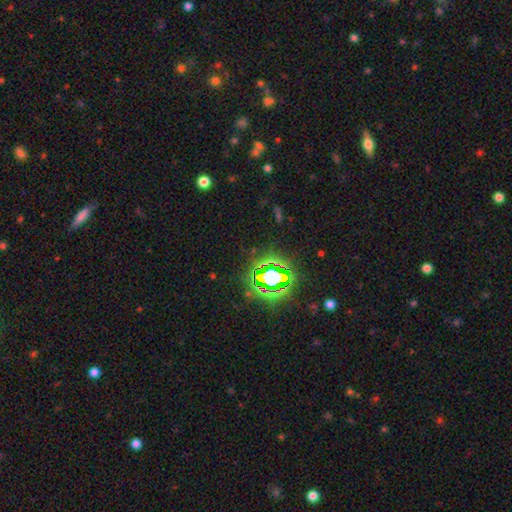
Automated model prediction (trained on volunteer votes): Q: Smooth or featured?
A: star or artifact (81%); runner-up: smooth (12%)